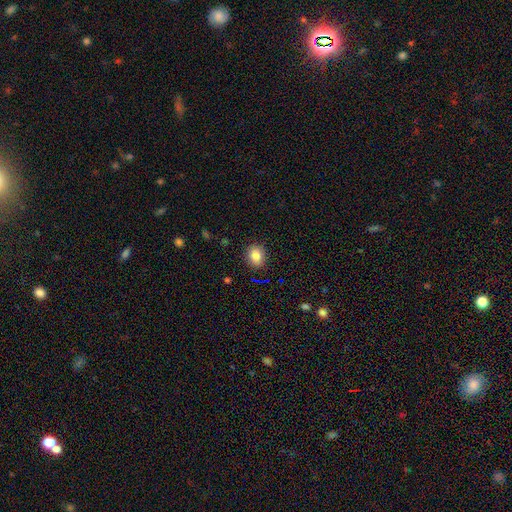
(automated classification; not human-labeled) smooth 84%, star or artifact 10%, featured or disk 6%. Down the decision tree: how rounded — round (62%); merging — none (88%).